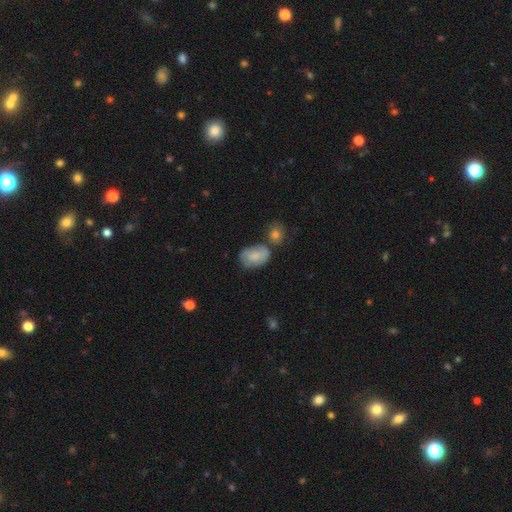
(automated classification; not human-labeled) Q: Smooth or featured?
A: smooth (72%); runner-up: featured or disk (20%)
Q: How rounded?
A: in between (84%); runner-up: round (14%)
Q: Merging?
A: none (48%); runner-up: minor disturbance (26%)